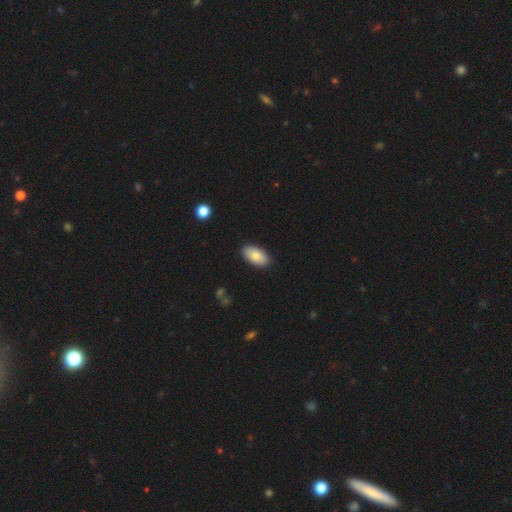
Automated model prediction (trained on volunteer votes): Morphology: type=smooth (82%); roundness=in between (95%); merging=none (88%).